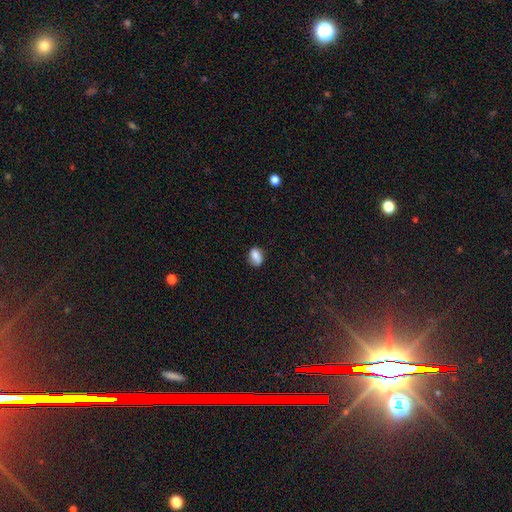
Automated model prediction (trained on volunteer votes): A smooth galaxy with no disk features (78%) that is in between round and cigar-shaped (74%).

Vote fractions:
- Smooth or featured? smooth: 78% / featured or disk: 12% / star or artifact: 10%
- How rounded? in between: 74% / round: 24% / cigar-shaped: 2%
- Merging? none: 67% / minor disturbance: 24% / major disturbance: 6% / merger: 2%